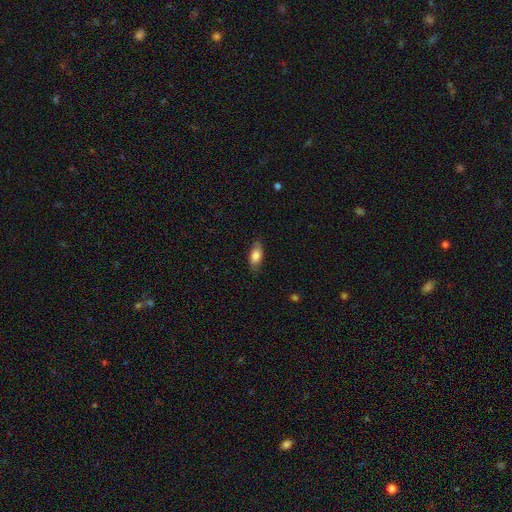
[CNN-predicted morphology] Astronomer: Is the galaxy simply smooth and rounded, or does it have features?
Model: smooth — 80%.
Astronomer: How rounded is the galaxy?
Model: in between — 84%.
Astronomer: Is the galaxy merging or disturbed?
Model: none — 79%.